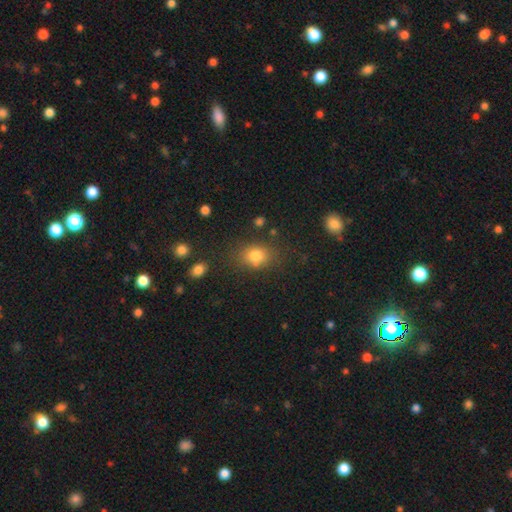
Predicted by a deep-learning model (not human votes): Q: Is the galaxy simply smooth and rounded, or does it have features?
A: smooth — 78%.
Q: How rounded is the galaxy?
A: in between — 57%.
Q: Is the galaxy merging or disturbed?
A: none — 70%.